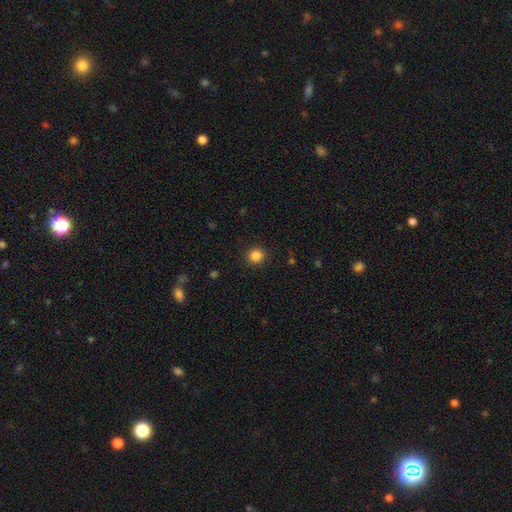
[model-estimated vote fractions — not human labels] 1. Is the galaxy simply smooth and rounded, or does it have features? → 85% smooth, 11% star or artifact, 3% featured or disk.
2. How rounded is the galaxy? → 94% round, 5% in between, 1% cigar-shaped.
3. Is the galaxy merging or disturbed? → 91% none, 5% minor disturbance, 2% major disturbance, 1% merger.